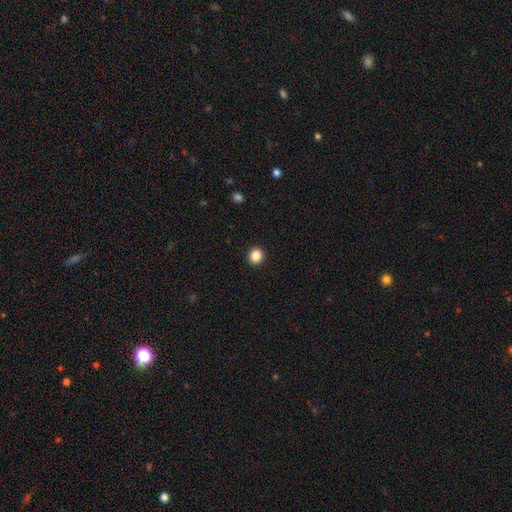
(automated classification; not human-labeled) Smooth or featured?
  - smooth: 86% *
  - star or artifact: 10%
  - featured or disk: 4%
How rounded?
  - round: 87% *
  - in between: 12%
  - cigar-shaped: 1%
Merging?
  - none: 93% *
  - minor disturbance: 4%
  - major disturbance: 2%
  - merger: 1%